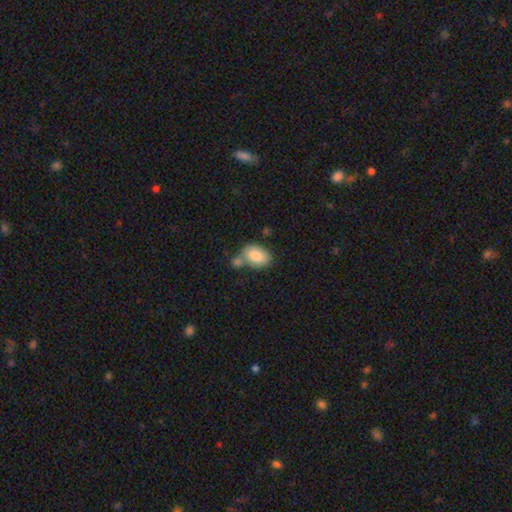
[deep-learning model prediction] A smooth galaxy with no disk features (83%) that is in between round and cigar-shaped (85%). Merging: none (50%).